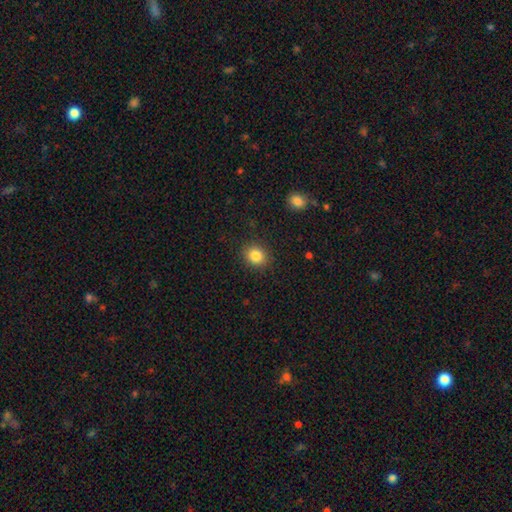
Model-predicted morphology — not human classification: smooth-or-featured: smooth: 85% | star or artifact: 10% | featured or disk: 5%
  how-rounded: round: 76% | in between: 23% | cigar-shaped: 1%
  merging: none: 89% | minor disturbance: 7% | major disturbance: 3% | merger: 1%